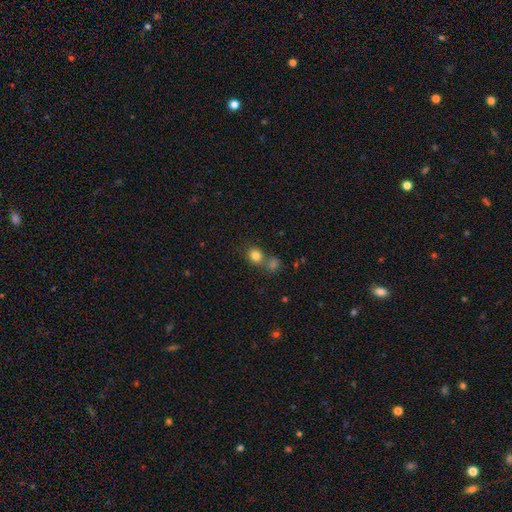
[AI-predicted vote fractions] This is clearly a smooth galaxy (81%). How rounded: clearly round (81%). Merging: possibly none (53%).